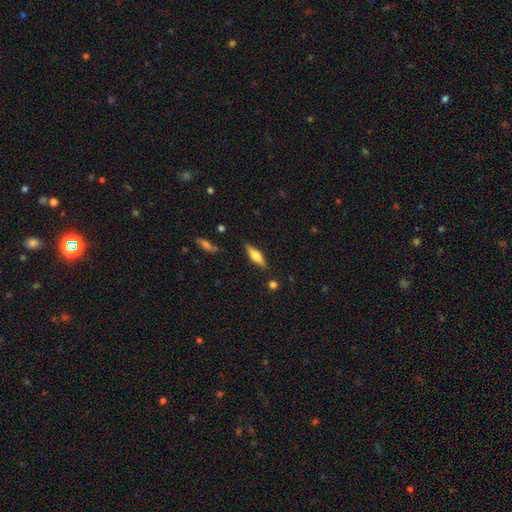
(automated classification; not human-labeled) This is possibly a smooth galaxy (51%). How rounded: possibly cigar-shaped (55%). Merging: clearly none (85%).